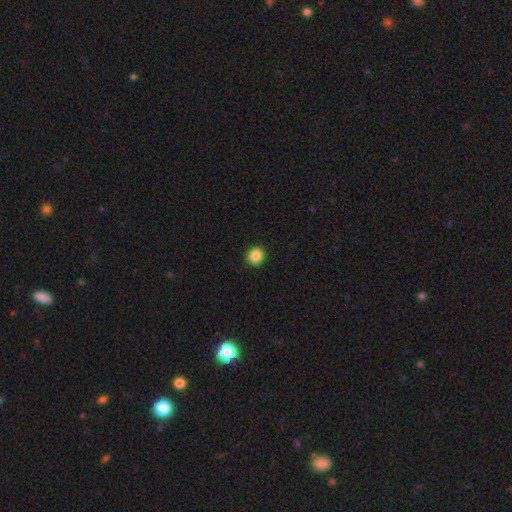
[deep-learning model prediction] Q: Smooth or featured?
A: smooth (87%); runner-up: star or artifact (10%)
Q: How rounded?
A: round (91%); runner-up: in between (9%)
Q: Merging?
A: none (92%); runner-up: minor disturbance (5%)